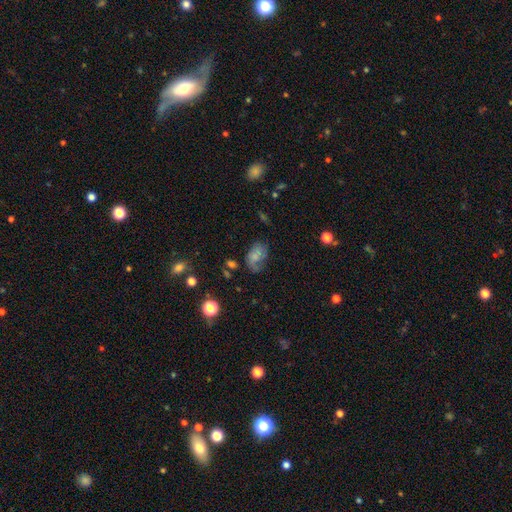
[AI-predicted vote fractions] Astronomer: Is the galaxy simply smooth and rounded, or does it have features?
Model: smooth — 63%.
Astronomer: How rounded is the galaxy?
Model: in between — 87%.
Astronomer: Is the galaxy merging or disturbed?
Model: none — 41% (runner-up: minor disturbance, 31%).